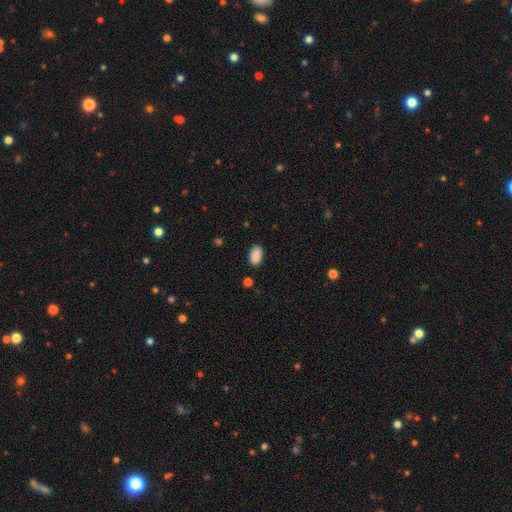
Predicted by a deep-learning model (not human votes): This appears to be a smooth galaxy with no disk features (90%) that is in between round and cigar-shaped (93%). Merging: none (86%).